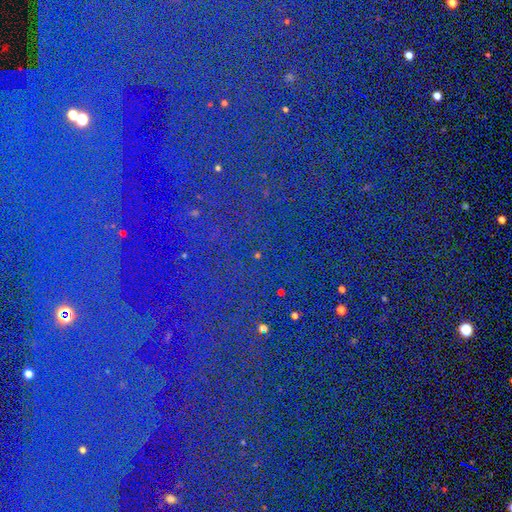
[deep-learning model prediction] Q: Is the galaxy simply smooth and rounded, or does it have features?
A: star or artifact — 85%.